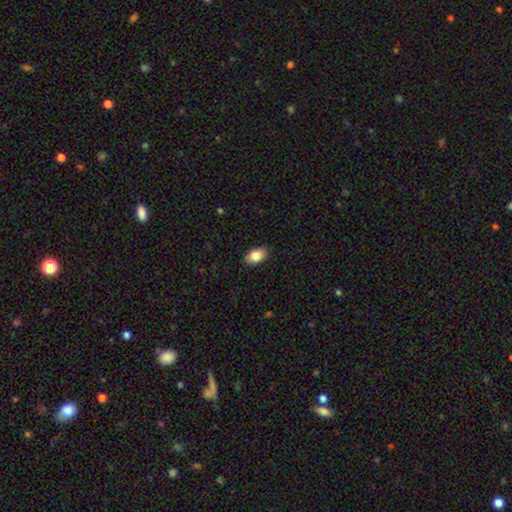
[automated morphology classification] Smooth or featured? Predicted: smooth (p=0.85). How rounded? Predicted: in between (p=0.91). Merging? Predicted: none (p=0.86).